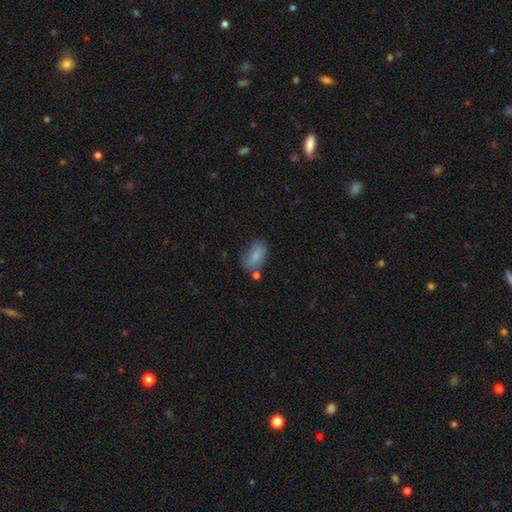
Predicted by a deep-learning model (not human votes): This appears to be a smooth galaxy with no disk features (77%) that is in between round and cigar-shaped (89%). Merging: none (54%).